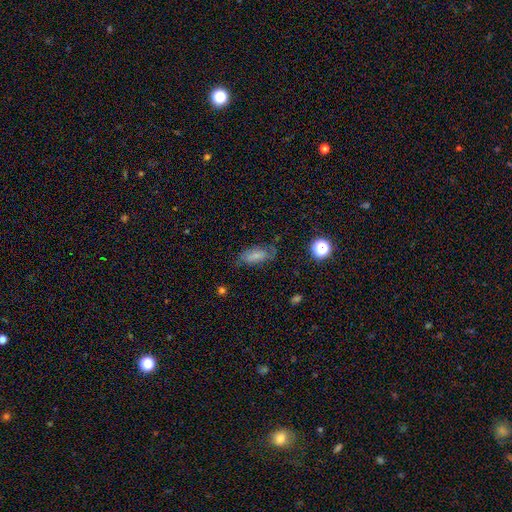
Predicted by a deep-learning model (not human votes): Smooth or featured?
  - smooth: 63% *
  - featured or disk: 26%
  - star or artifact: 11%
How rounded?
  - in between: 83% *
  - cigar-shaped: 12%
  - round: 4%
Merging?
  - none: 65% *
  - minor disturbance: 24%
  - major disturbance: 9%
  - merger: 2%